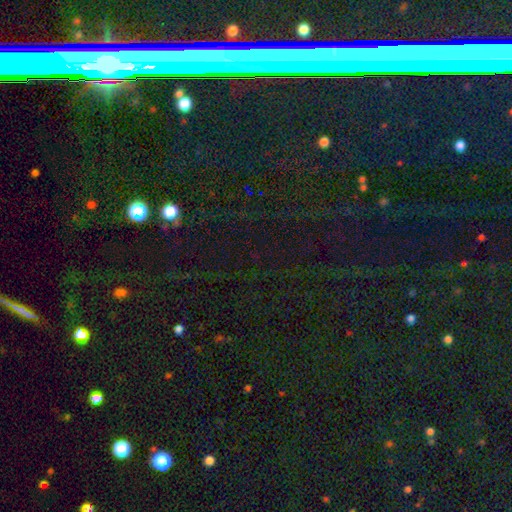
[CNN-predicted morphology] Smooth or featured?
  - star or artifact: 78% *
  - smooth: 15%
  - featured or disk: 7%